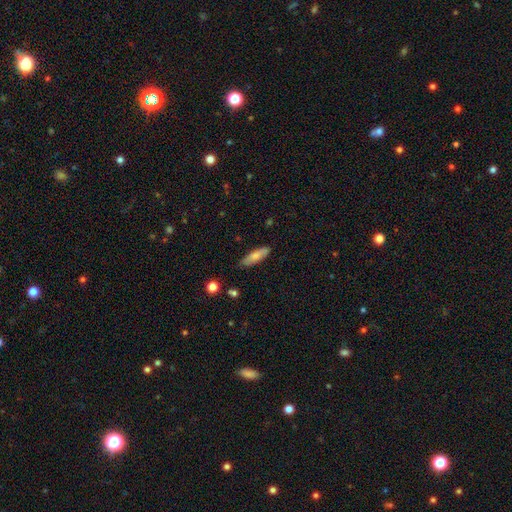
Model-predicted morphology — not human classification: Q: Smooth or featured?
A: smooth (73%); runner-up: featured or disk (20%)
Q: How rounded?
A: cigar-shaped (52%); runner-up: in between (46%)
Q: Merging?
A: none (82%); runner-up: minor disturbance (14%)